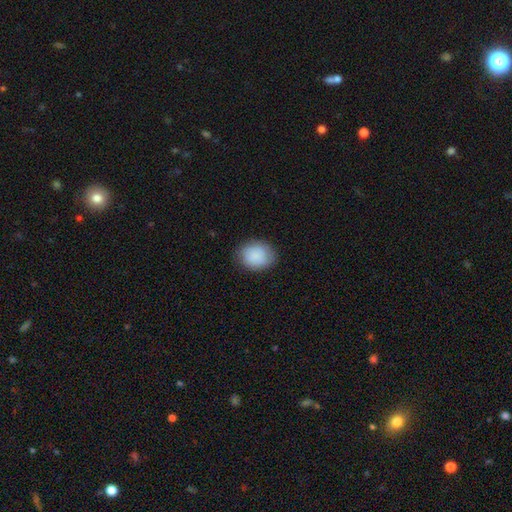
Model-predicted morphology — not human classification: This appears to be a smooth galaxy with no disk features (86%) that is round (52%). Merging: none (82%).